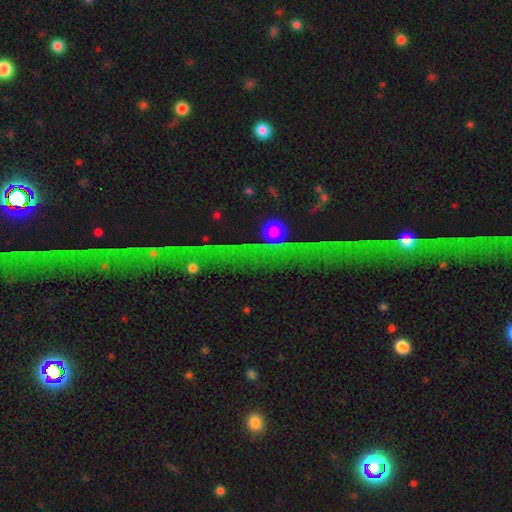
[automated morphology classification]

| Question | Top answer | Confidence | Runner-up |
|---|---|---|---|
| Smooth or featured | star or artifact | 76% | featured or disk (14%) |